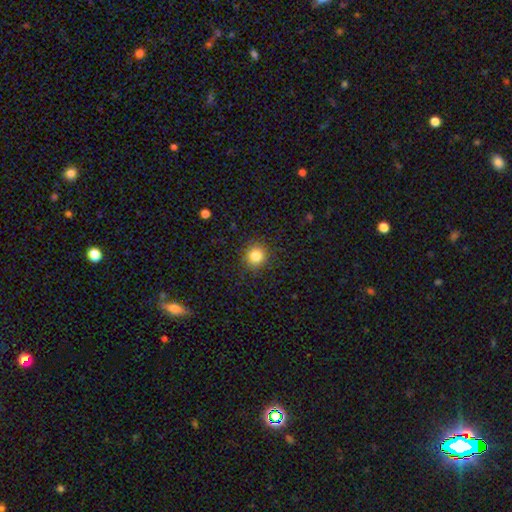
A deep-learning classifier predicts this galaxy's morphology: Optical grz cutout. It shows a smooth galaxy with no disk features (83%) that is round (91%). Merging: none (90%).